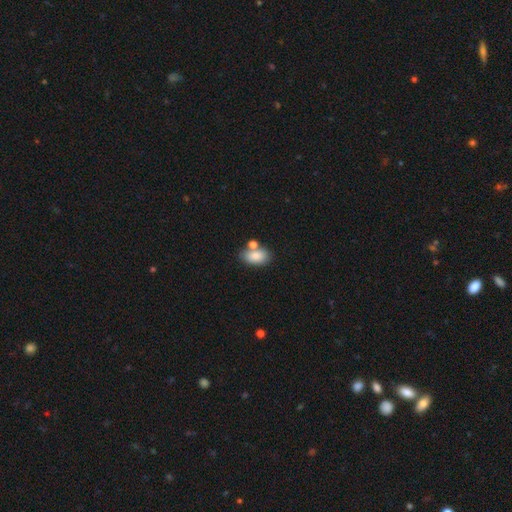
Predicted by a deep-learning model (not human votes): Q: Smooth or featured?
A: smooth (84%); runner-up: featured or disk (8%)
Q: How rounded?
A: in between (90%); runner-up: round (8%)
Q: Merging?
A: none (56%); runner-up: merger (26%)